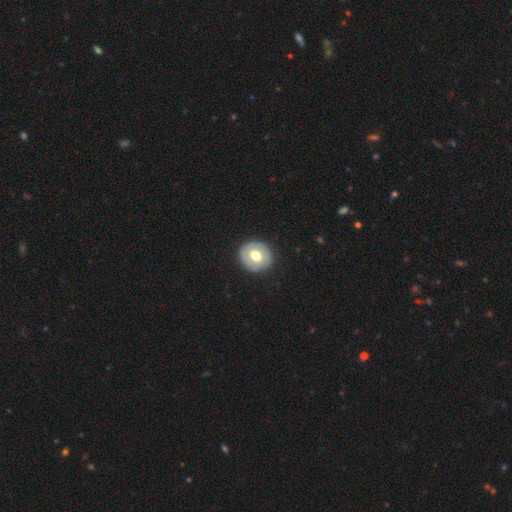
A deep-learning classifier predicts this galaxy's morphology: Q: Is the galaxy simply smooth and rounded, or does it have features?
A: smooth — 54%.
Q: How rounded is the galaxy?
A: round — 86%.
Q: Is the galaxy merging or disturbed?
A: none — 86%.